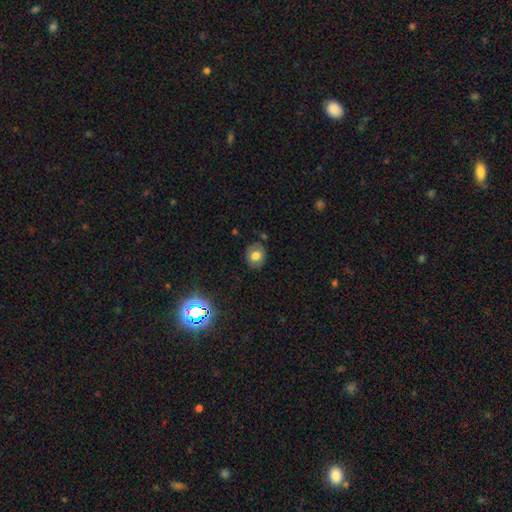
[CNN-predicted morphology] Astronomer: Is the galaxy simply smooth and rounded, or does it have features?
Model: smooth — 71%.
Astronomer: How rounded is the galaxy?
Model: round — 63%.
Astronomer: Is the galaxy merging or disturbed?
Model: none — 80%.